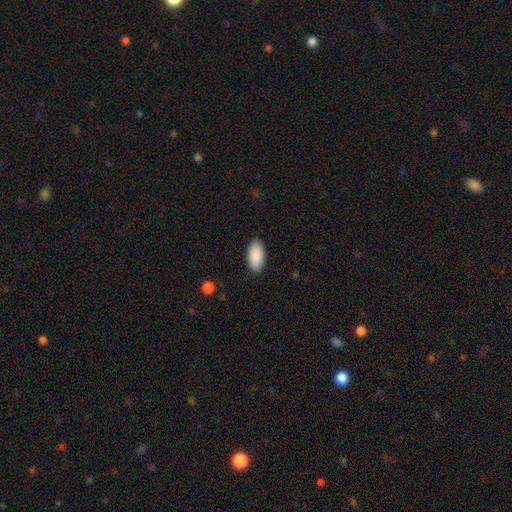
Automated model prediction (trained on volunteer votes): This is clearly a smooth galaxy (90%). How rounded: clearly in between (94%). Merging: clearly none (87%).